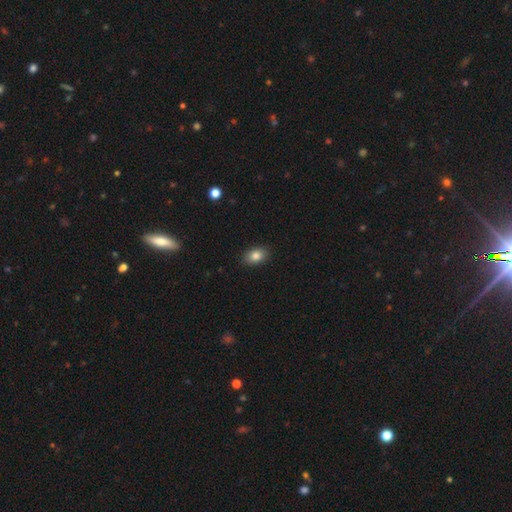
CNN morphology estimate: Smooth or featured?
  - smooth: 84% *
  - star or artifact: 9%
  - featured or disk: 7%
How rounded?
  - in between: 82% *
  - round: 17%
  - cigar-shaped: 1%
Merging?
  - none: 88% *
  - minor disturbance: 9%
  - major disturbance: 2%
  - merger: 1%